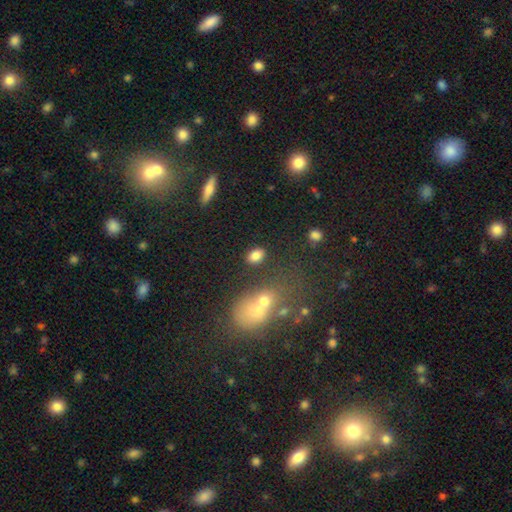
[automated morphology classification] type=smooth (83%); roundness=in between (80%); merging=none (81%).